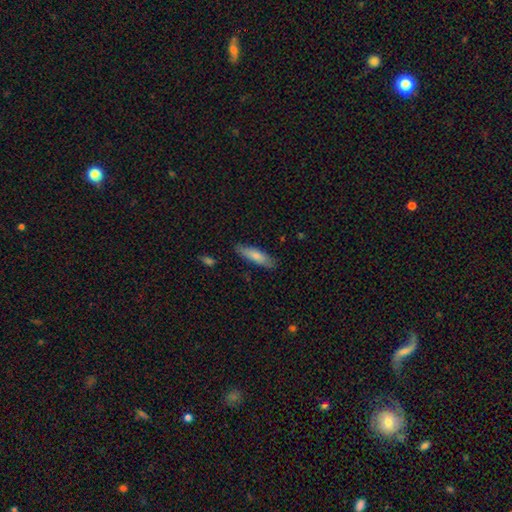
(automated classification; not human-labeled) smooth_or_featured: smooth (p=0.76) [alt: featured or disk p=0.18]
how_rounded: cigar-shaped (p=0.64) [alt: in between p=0.35]
merging: none (p=0.84) [alt: minor disturbance p=0.12]